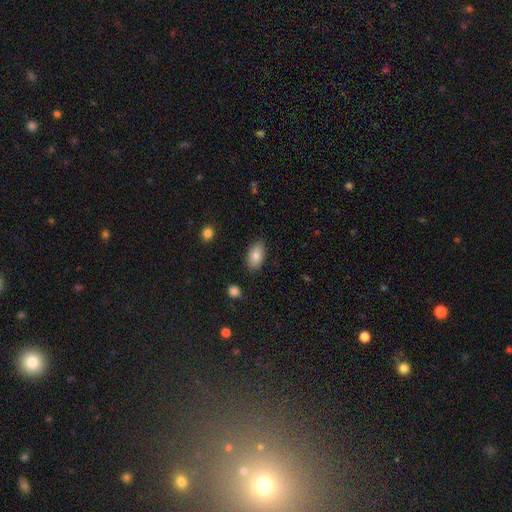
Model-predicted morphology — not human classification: type=smooth (84%); roundness=in between (93%); merging=none (86%).